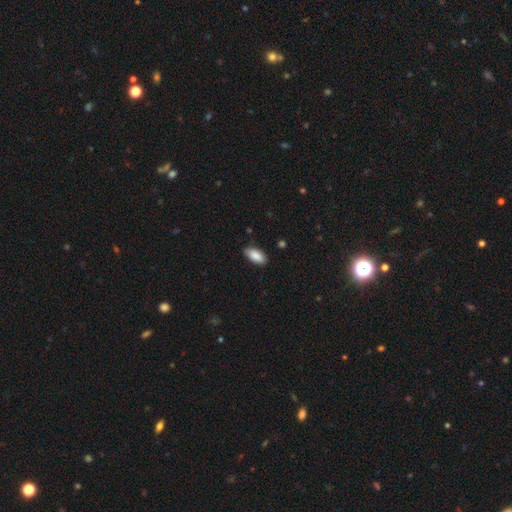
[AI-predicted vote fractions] Overall: smooth (88%). How rounded: in between (90%). Merging: none (84%).